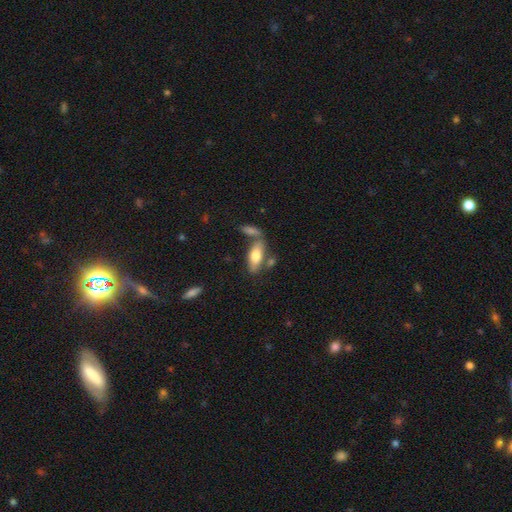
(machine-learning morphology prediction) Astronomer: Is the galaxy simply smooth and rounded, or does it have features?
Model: smooth — 72%.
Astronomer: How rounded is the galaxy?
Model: in between — 78%.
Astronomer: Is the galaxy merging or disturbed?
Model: none — 60%.